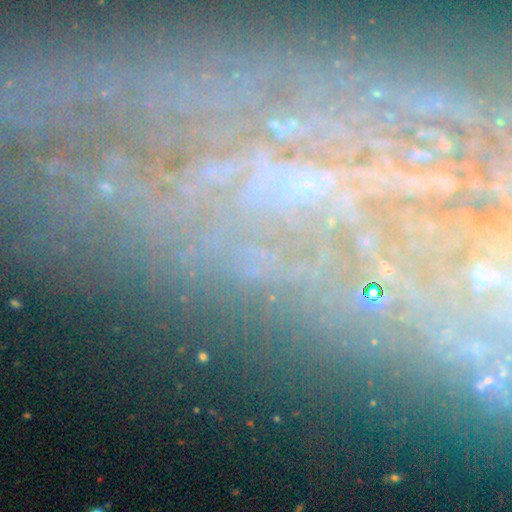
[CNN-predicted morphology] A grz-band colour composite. It shows a featured or disk galaxy (47%). Merging: none (68%).